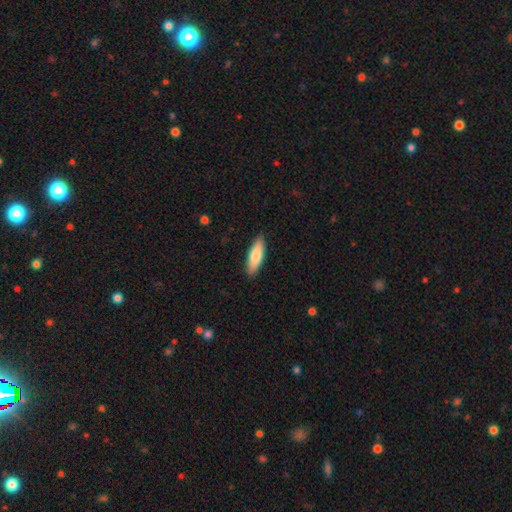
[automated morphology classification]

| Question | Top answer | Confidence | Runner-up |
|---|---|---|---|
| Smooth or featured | smooth | 80% | featured or disk (15%) |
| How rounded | in between | 52% | cigar-shaped (47%) |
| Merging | none | 89% | minor disturbance (8%) |